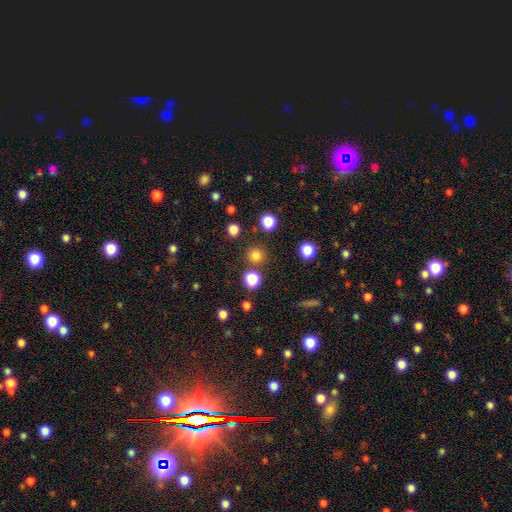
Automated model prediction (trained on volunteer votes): A smooth galaxy with no disk features (79%) that is round (94%). Merging: none (84%).